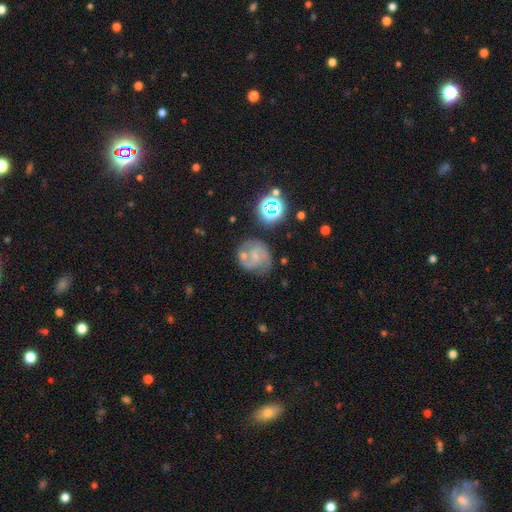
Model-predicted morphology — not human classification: A featured or disk galaxy (58%) with no bar (49%), spiral arms (81%) and a small central bulge (52%).

Vote fractions:
- Smooth or featured? featured or disk: 58% / smooth: 30% / star or artifact: 12%
- Edge-on disk? no: 98% / yes: 2%
- Bar? no: 49% / weak: 41% / strong: 10%
- Spiral arms? yes: 81% / no: 19%
- Bulge size? small: 52% / none: 23% / moderate: 22% / large: 2% / dominant: 1%
- Merging? none: 56% / minor disturbance: 20% / merger: 14% / major disturbance: 10%